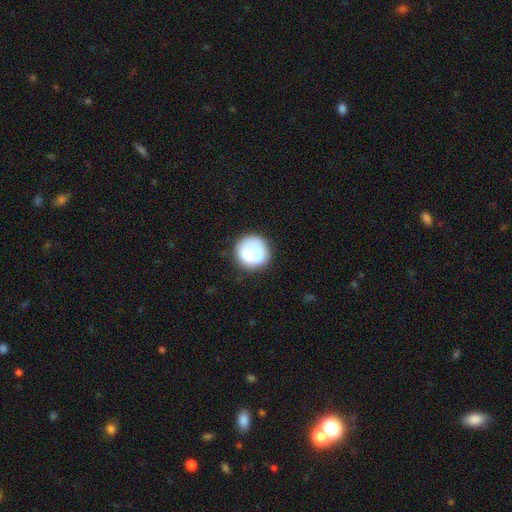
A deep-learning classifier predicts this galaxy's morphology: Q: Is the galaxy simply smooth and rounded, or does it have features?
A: smooth — 65%.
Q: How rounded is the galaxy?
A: round — 85%.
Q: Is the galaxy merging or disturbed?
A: none — 60%.